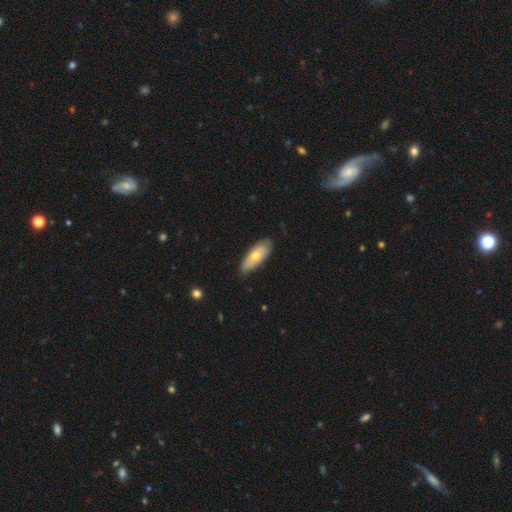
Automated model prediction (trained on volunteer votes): The model was most divided on "smooth or featured": smooth: 59%, featured or disk: 35%, star or artifact: 5%. More confident: merging — none (81%); how rounded — in between (76%).